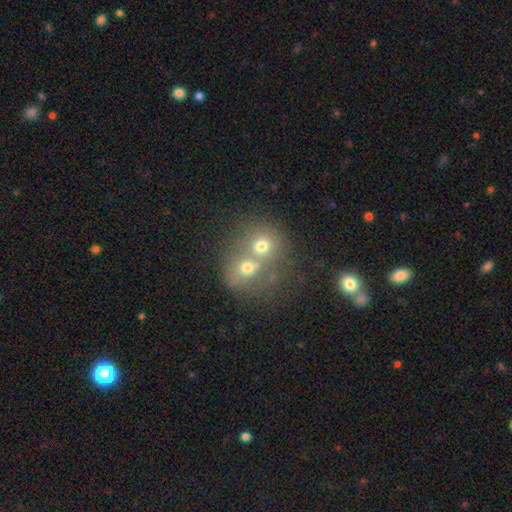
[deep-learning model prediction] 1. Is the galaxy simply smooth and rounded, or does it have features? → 54% smooth, 26% featured or disk, 20% star or artifact.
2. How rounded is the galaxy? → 72% round, 27% in between, 1% cigar-shaped.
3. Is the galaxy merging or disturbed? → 71% merger, 22% none, 5% minor disturbance, 3% major disturbance.